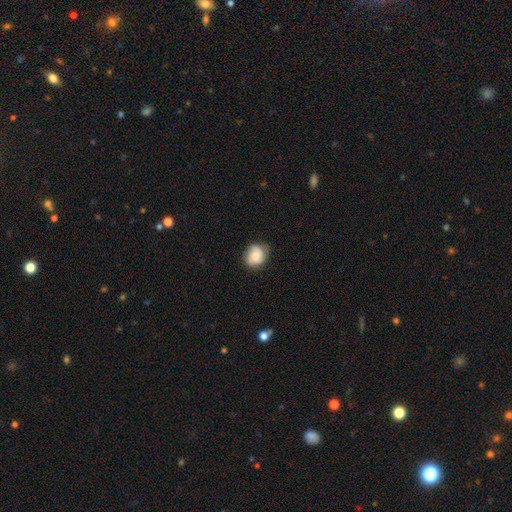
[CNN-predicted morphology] This is likely a smooth galaxy (67%). How rounded: likely round (67%). Merging: likely none (72%).